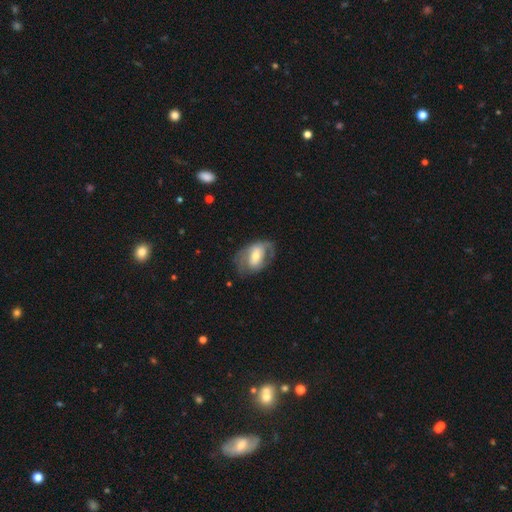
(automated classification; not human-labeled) Smooth or featured? featured or disk (62%)
Edge-on disk? no (95%)
Bar? weak (40%)
Spiral arms? yes (69%)
Bulge size? moderate (57%)
Merging? none (58%)